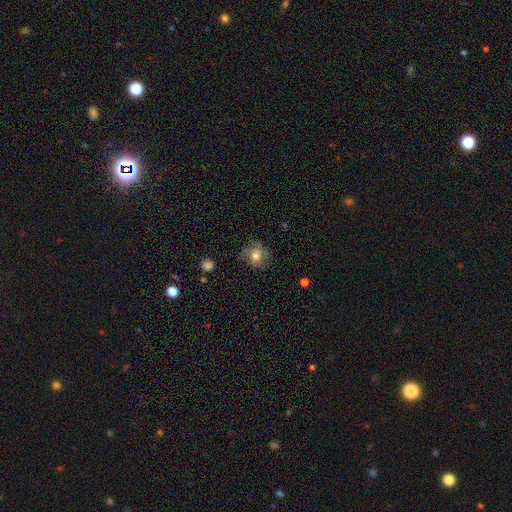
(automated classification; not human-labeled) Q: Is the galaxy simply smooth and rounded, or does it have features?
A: smooth — 59%.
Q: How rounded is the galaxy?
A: round — 75%.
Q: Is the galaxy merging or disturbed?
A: none — 68%.